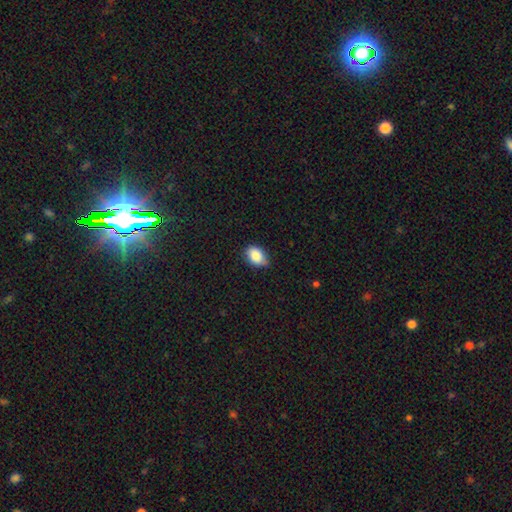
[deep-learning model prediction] smooth_or_featured: smooth (p=0.85) [alt: star or artifact p=0.08]
how_rounded: in between (p=0.81) [alt: round p=0.18]
merging: none (p=0.72) [alt: minor disturbance p=0.24]